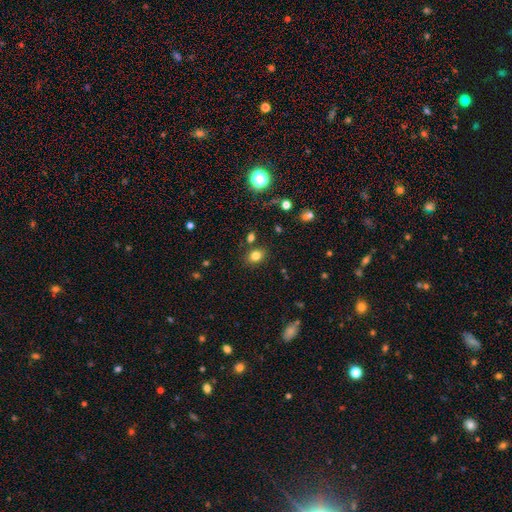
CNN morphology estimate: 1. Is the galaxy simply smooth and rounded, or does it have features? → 80% smooth, 14% star or artifact, 7% featured or disk.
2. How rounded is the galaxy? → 55% in between, 44% round, 1% cigar-shaped.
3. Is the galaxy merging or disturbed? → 80% none, 11% minor disturbance, 6% merger, 3% major disturbance.